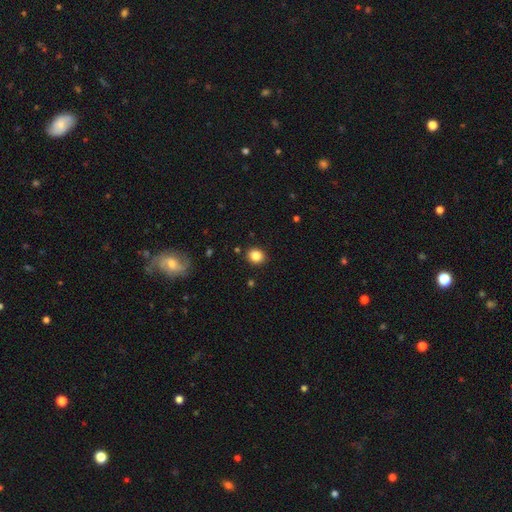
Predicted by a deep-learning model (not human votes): smooth_or_featured: smooth (p=0.84) [alt: star or artifact p=0.10]
how_rounded: round (p=0.71) [alt: in between p=0.29]
merging: none (p=0.89) [alt: minor disturbance p=0.07]